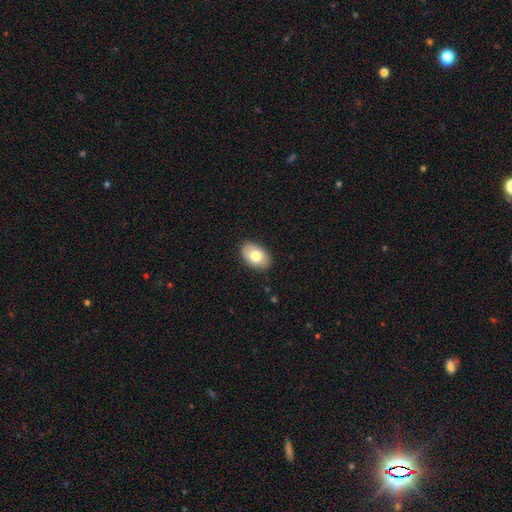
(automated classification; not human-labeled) Smooth or featured? Predicted: smooth (p=0.77). How rounded? Predicted: in between (p=0.90). Merging? Predicted: none (p=0.86).